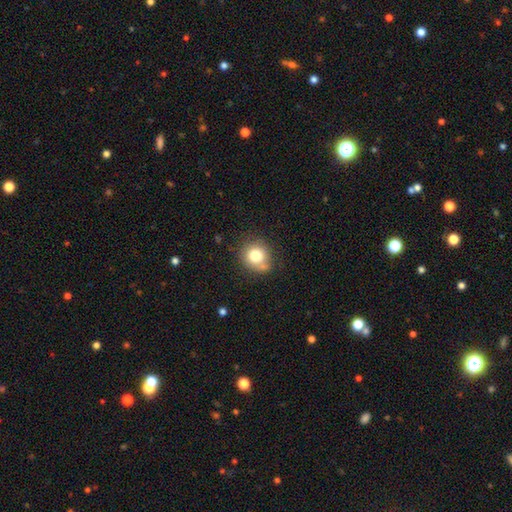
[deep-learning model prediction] A smooth galaxy with no disk features (79%) that is round (88%). Merging: none (66%).